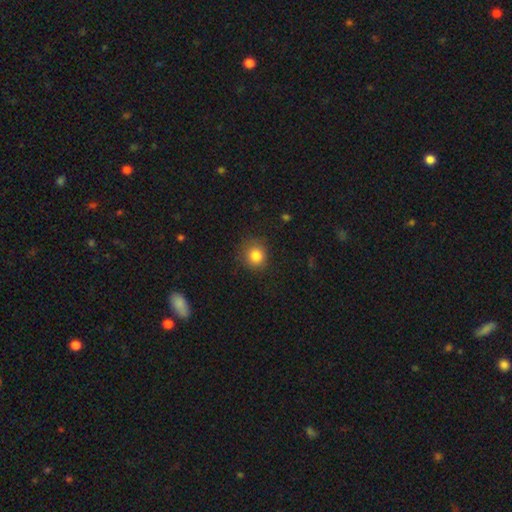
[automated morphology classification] A smooth galaxy with no disk features (83%) that is round (88%).

Vote fractions:
- Smooth or featured? smooth: 83% / star or artifact: 11% / featured or disk: 6%
- How rounded? round: 88% / in between: 11% / cigar-shaped: 1%
- Merging? none: 82% / minor disturbance: 13% / major disturbance: 4% / merger: 1%